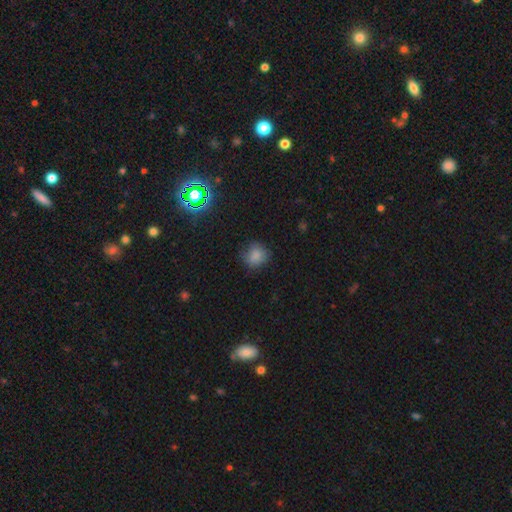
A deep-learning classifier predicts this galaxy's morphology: This is clearly a smooth galaxy (81%). How rounded: likely round (79%). Merging: likely none (73%).